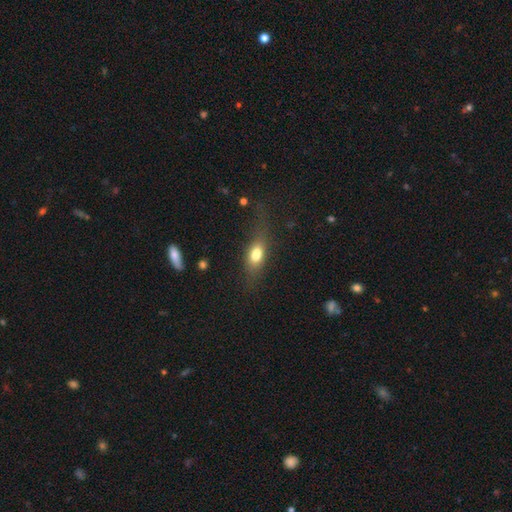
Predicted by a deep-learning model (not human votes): Morphology: type=smooth (72%); roundness=in between (71%); merging=none (56%).